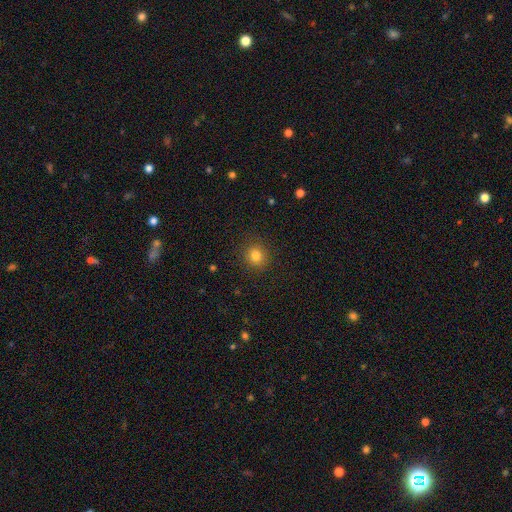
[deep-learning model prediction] Morphology: type=smooth (81%); roundness=round (86%); merging=none (89%).